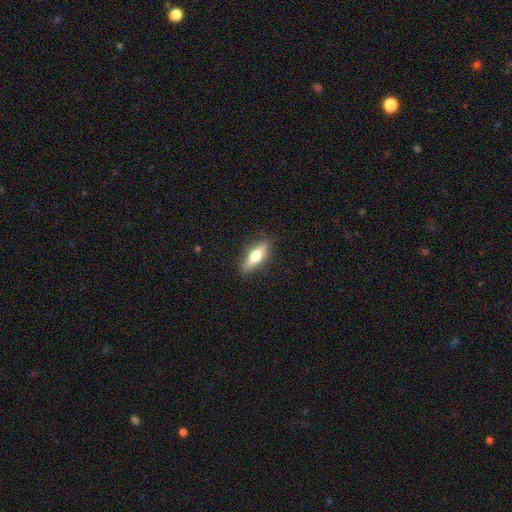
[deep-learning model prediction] smooth-or-featured: smooth: 54% | featured or disk: 39% | star or artifact: 6%
  how-rounded: cigar-shaped: 50% | in between: 47% | round: 3%
  merging: none: 86% | minor disturbance: 11% | major disturbance: 2% | merger: 1%